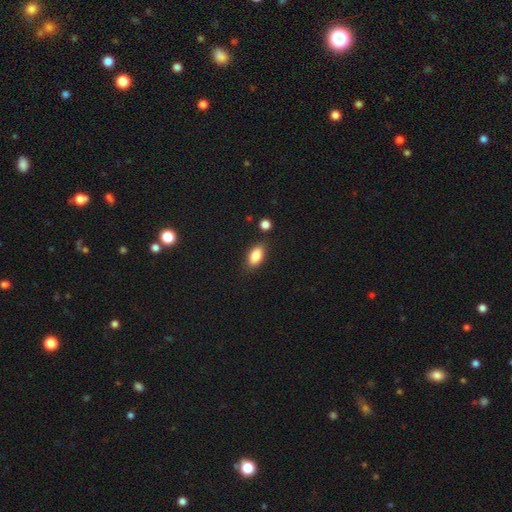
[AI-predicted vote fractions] This appears to be a smooth galaxy with no disk features (86%) that is in between round and cigar-shaped (90%). Merging: none (82%).